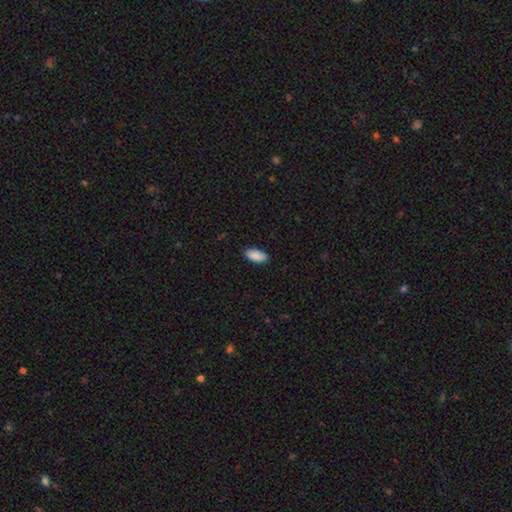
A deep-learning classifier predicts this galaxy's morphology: Smooth or featured?
  - smooth: 90% *
  - star or artifact: 6%
  - featured or disk: 4%
How rounded?
  - in between: 88% *
  - cigar-shaped: 10%
  - round: 2%
Merging?
  - none: 89% *
  - minor disturbance: 9%
  - major disturbance: 2%
  - merger: 1%